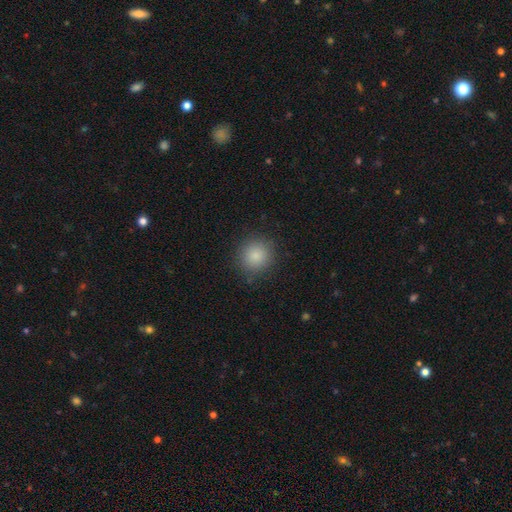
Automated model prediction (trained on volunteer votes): smooth-or-featured: smooth: 86% | star or artifact: 10% | featured or disk: 5%
  how-rounded: round: 91% | in between: 8% | cigar-shaped: 1%
  merging: none: 88% | minor disturbance: 8% | major disturbance: 3% | merger: 1%